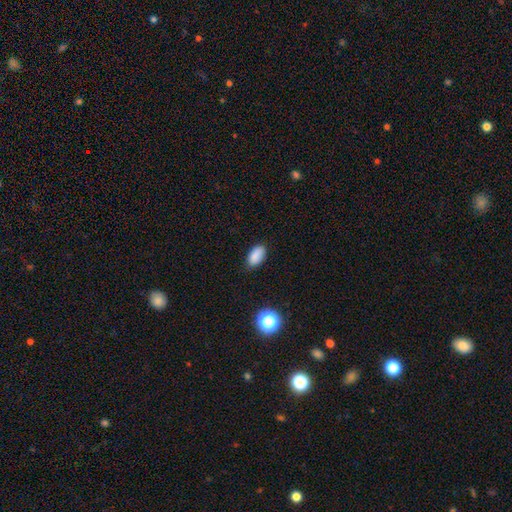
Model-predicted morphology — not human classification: This appears to be a smooth galaxy with no disk features (86%) that is in between round and cigar-shaped (92%). Merging: none (81%).